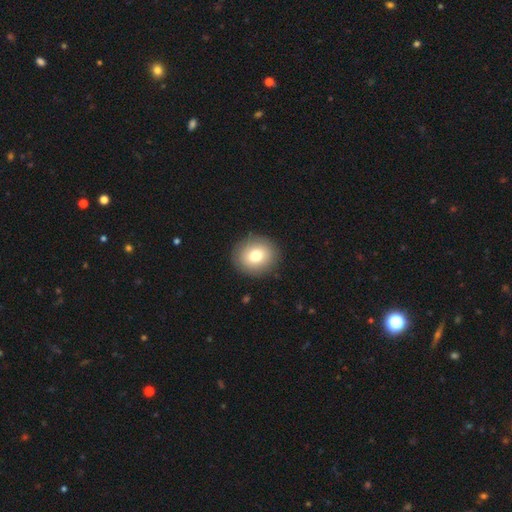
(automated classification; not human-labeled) Smooth or featured: smooth — 77% (featured or disk — 13%)
How rounded: round — 83% (in between — 16%)
Merging: none — 90% (minor disturbance — 7%)